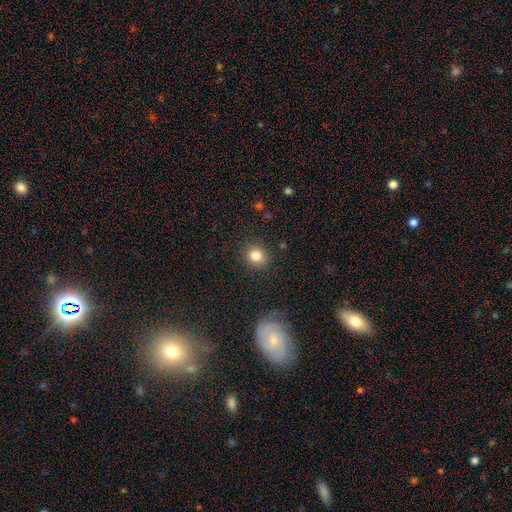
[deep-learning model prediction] smooth-or-featured: smooth: 82% | star or artifact: 11% | featured or disk: 7%
  how-rounded: round: 75% | in between: 24% | cigar-shaped: 1%
  merging: none: 88% | minor disturbance: 8% | major disturbance: 3% | merger: 1%